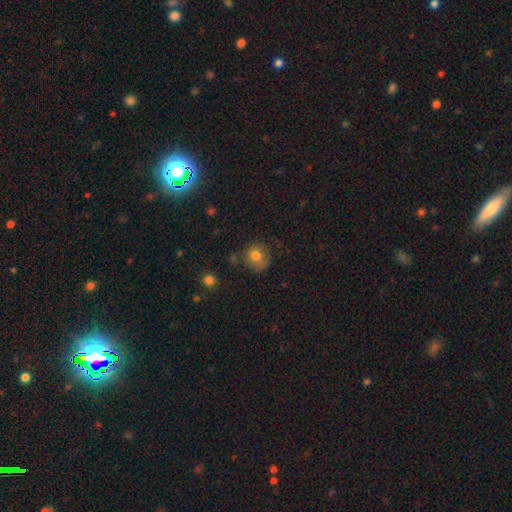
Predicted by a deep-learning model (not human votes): A smooth galaxy with no disk features (76%) that is round (82%).

Vote fractions:
- Smooth or featured? smooth: 76% / featured or disk: 14% / star or artifact: 10%
- How rounded? round: 82% / in between: 18% / cigar-shaped: 1%
- Merging? none: 62% / minor disturbance: 24% / major disturbance: 10% / merger: 4%